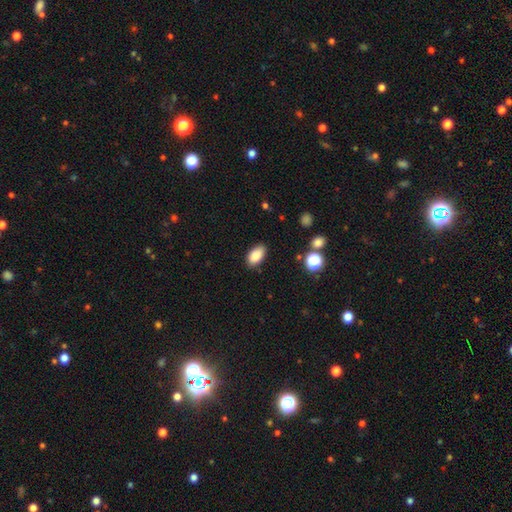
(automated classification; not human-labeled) Smooth or featured?
  - smooth: 86% *
  - star or artifact: 8%
  - featured or disk: 5%
How rounded?
  - in between: 92% *
  - round: 5%
  - cigar-shaped: 3%
Merging?
  - none: 82% *
  - minor disturbance: 14%
  - major disturbance: 3%
  - merger: 2%